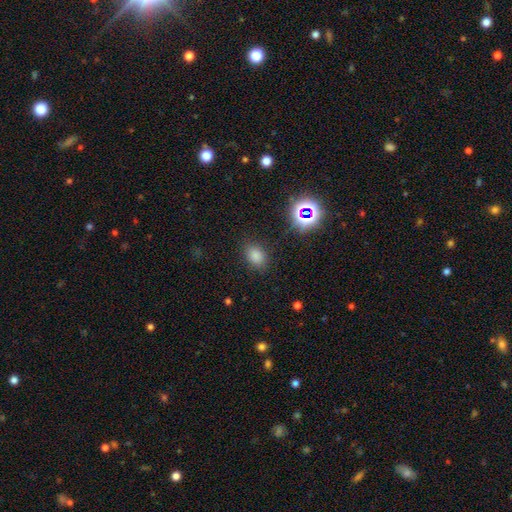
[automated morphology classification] smooth-or-featured: smooth: 76% | star or artifact: 18% | featured or disk: 6%
  how-rounded: in between: 75% | round: 24% | cigar-shaped: 1%
  merging: none: 83% | minor disturbance: 11% | major disturbance: 4% | merger: 2%